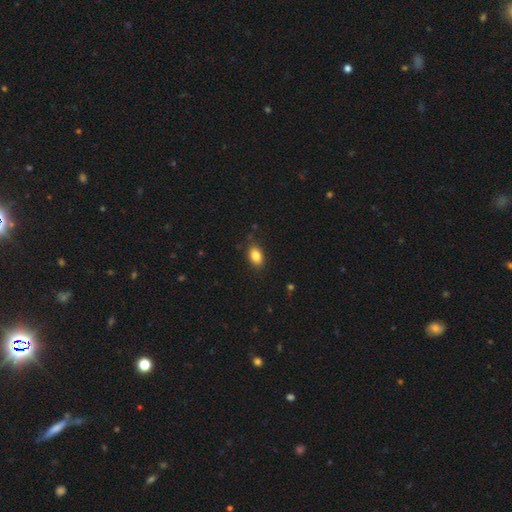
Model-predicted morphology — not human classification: Smooth or featured? Predicted: smooth (p=0.85). How rounded? Predicted: in between (p=0.87). Merging? Predicted: none (p=0.83).